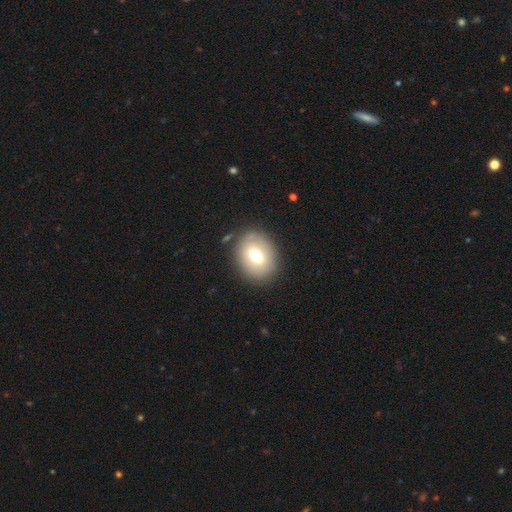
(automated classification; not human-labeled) A smooth galaxy with no disk features (66%) that is in between round and cigar-shaped (55%). Merging: none (83%).